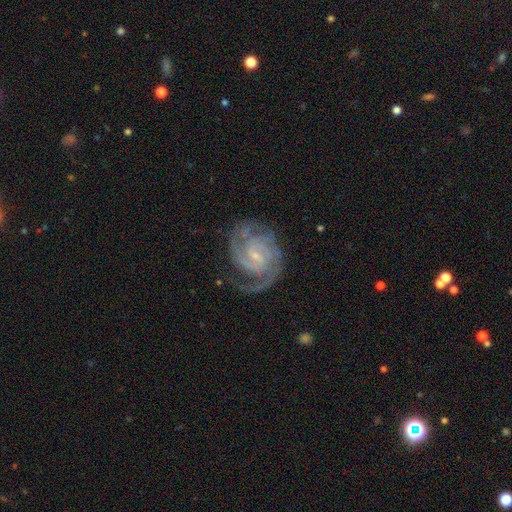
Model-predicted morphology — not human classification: Smooth or featured?
  - featured or disk: 90% *
  - star or artifact: 5%
  - smooth: 5%
Edge-on disk?
  - no: 98% *
  - yes: 2%
Bar?
  - weak: 48% *
  - no: 37%
  - strong: 15%
Spiral arms?
  - yes: 98% *
  - no: 2%
Spiral winding?
  - tight: 59% *
  - medium: 36%
  - loose: 6%
Spiral arm count?
  - 2: 42% *
  - 3: 27%
  - can't tell: 13%
  - 4: 7%
  - 1: 5%
  - more than 4: 5%
Bulge size?
  - small: 75% *
  - moderate: 17%
  - none: 7%
  - large: 1%
  - dominant: 1%
Merging?
  - none: 72% *
  - minor disturbance: 17%
  - major disturbance: 9%
  - merger: 2%